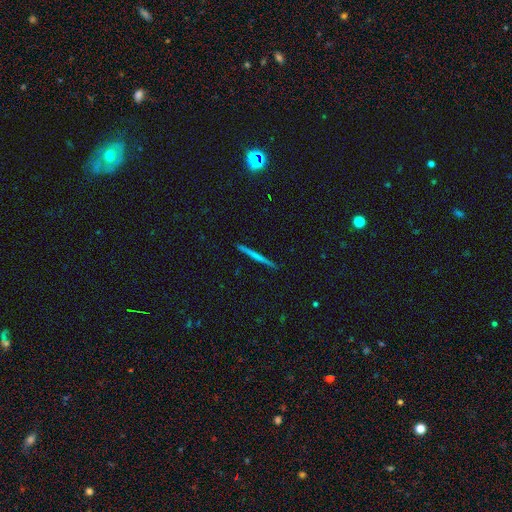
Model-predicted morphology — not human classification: A smooth galaxy with no disk features (47%).

Vote fractions:
- Smooth or featured? smooth: 47% / featured or disk: 45% / star or artifact: 8%
- Merging? none: 92% / minor disturbance: 5% / major disturbance: 1% / merger: 1%